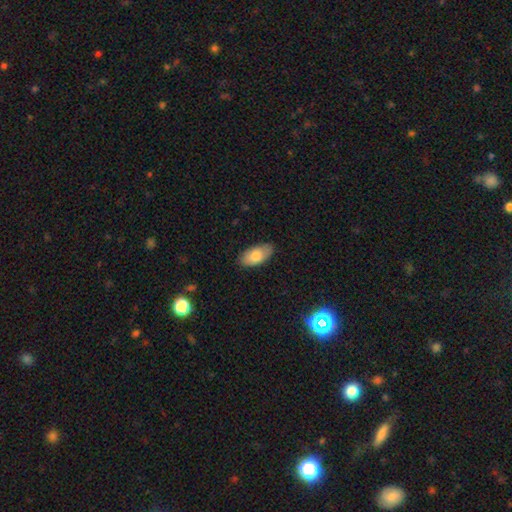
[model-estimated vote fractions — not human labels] Smooth or featured?
  - smooth: 77% *
  - featured or disk: 16%
  - star or artifact: 6%
How rounded?
  - in between: 93% *
  - cigar-shaped: 4%
  - round: 3%
Merging?
  - none: 84% *
  - minor disturbance: 12%
  - major disturbance: 2%
  - merger: 1%